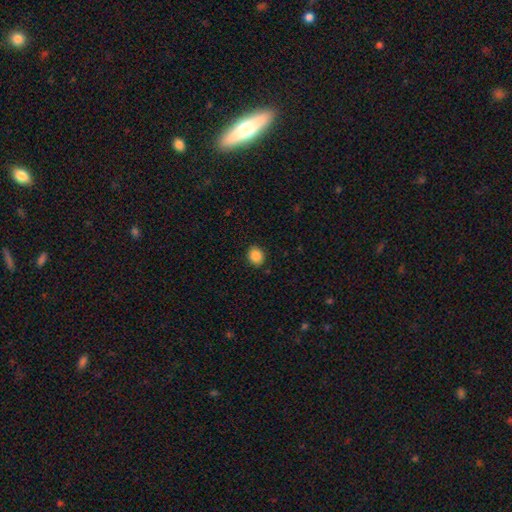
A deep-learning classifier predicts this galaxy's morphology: Smooth or featured? smooth (88%)
How rounded? round (68%)
Merging? none (89%)